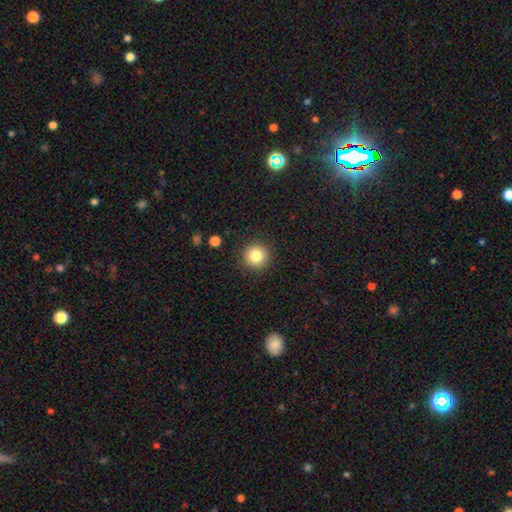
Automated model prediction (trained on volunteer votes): A smooth galaxy with no disk features (82%) that is round (94%).

Vote fractions:
- Smooth or featured? smooth: 82% / star or artifact: 11% / featured or disk: 7%
- How rounded? round: 94% / in between: 5% / cigar-shaped: 1%
- Merging? none: 91% / minor disturbance: 6% / major disturbance: 2% / merger: 1%